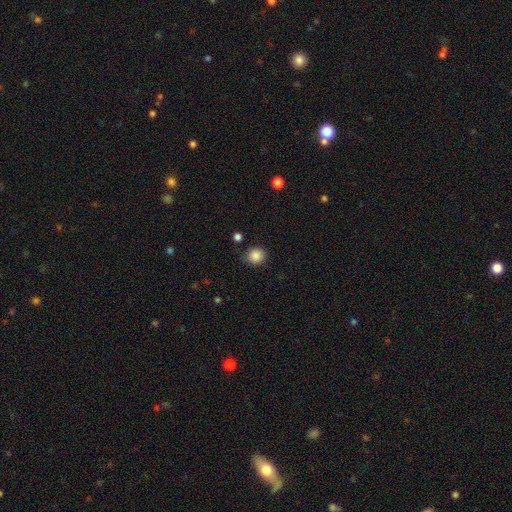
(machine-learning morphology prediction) Smooth or featured?
  - smooth: 87% *
  - star or artifact: 10%
  - featured or disk: 3%
How rounded?
  - round: 85% *
  - in between: 14%
  - cigar-shaped: 1%
Merging?
  - none: 82% *
  - minor disturbance: 13%
  - major disturbance: 3%
  - merger: 2%